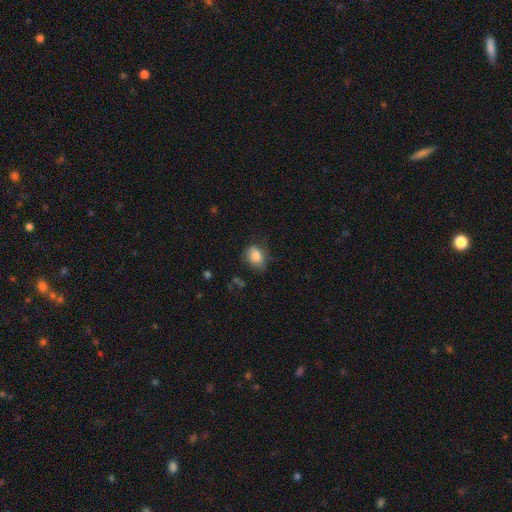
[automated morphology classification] Overall: smooth (81%). How rounded: in between (71%). Merging: none (61%; minor disturbance 28%).